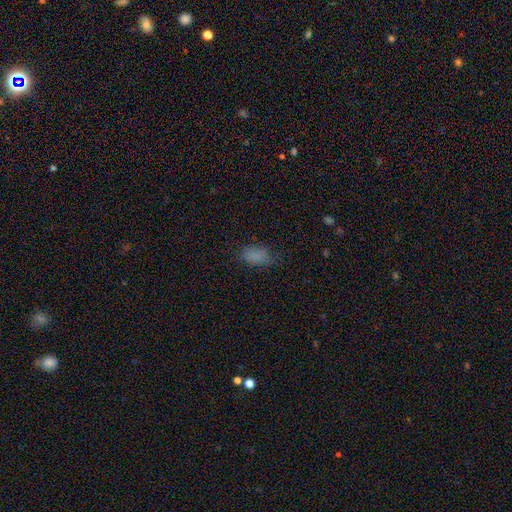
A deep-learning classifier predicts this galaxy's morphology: Smooth or featured? Predicted: smooth (p=0.79). How rounded? Predicted: in between (p=0.89). Merging? Predicted: none (p=0.62).